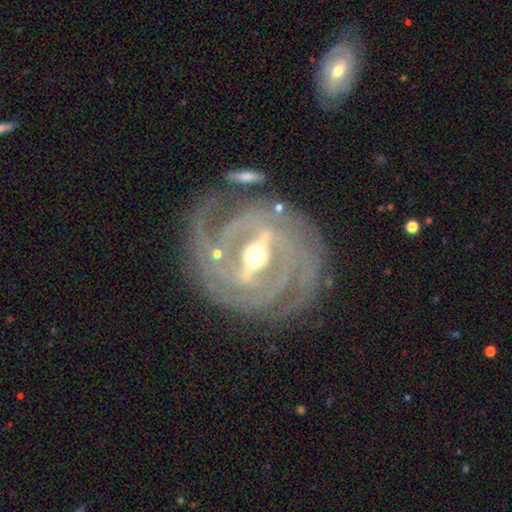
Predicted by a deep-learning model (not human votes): Morphology: type=featured or disk (92%); edge-on=no (92%); bar=strong (74%); spiral arms=yes (94%); winding=tight (72%); arm count=2 (26%); bulge=moderate (65%); merging=none (74%).